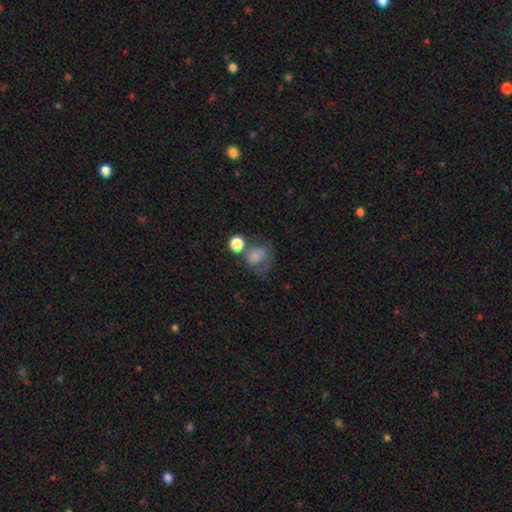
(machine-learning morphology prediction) The model was most divided on "merging": none: 31%, major disturbance: 29%, merger: 21%, minor disturbance: 20%. More confident: smooth or featured — smooth (70%); how rounded — round (54%).